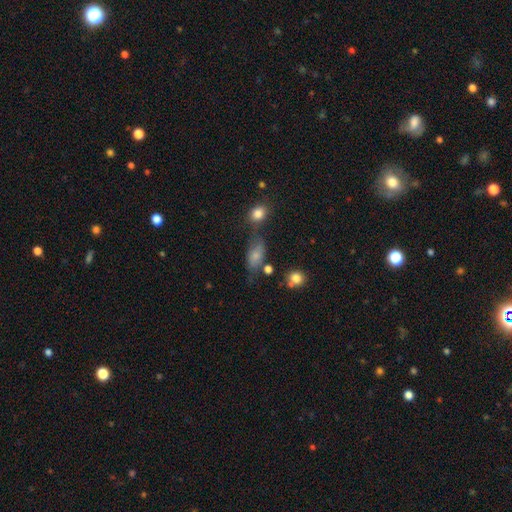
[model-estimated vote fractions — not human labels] Smooth or featured: smooth — 70% (featured or disk — 19%)
How rounded: in between — 84% (round — 9%)
Merging: none — 43% (minor disturbance — 26%)